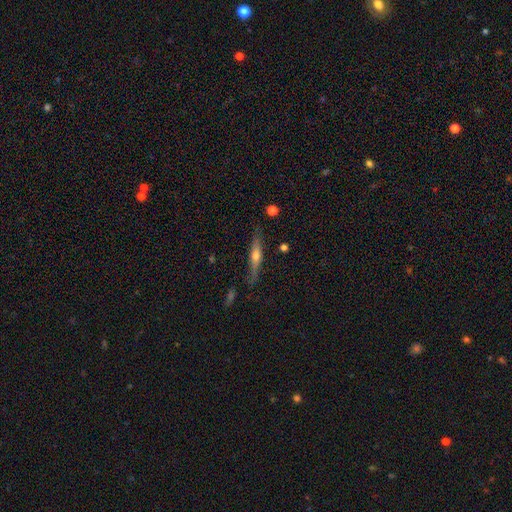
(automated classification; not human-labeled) Morphology: type=featured or disk (55%); edge-on=yes (93%); edge-on bulge=rounded (84%); merging=none (79%).